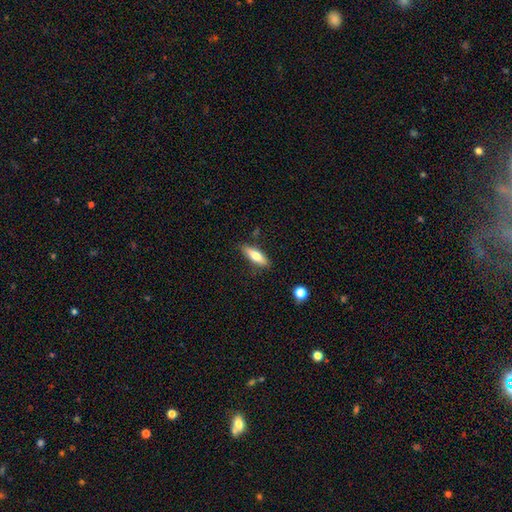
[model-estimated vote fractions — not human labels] Smooth or featured: smooth — 69% (featured or disk — 24%)
How rounded: in between — 49% (cigar-shaped — 48%)
Merging: none — 83% (minor disturbance — 13%)